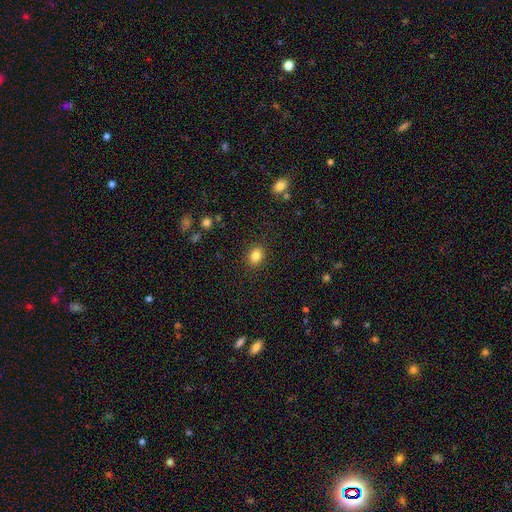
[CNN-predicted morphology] Smooth or featured? Predicted: smooth (p=0.84). How rounded? Predicted: round (p=0.50). Merging? Predicted: none (p=0.88).